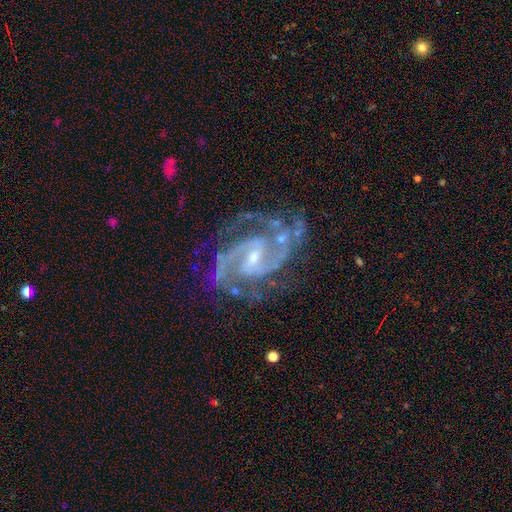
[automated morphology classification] smooth-or-featured: featured or disk: 92% | star or artifact: 5% | smooth: 2%
  disk-edge-on: no: 98% | yes: 2%
    bar: weak: 49% | strong: 28% | no: 23%
    has-spiral-arms: yes: 99% | no: 1%
      spiral-winding: medium: 55% | tight: 35% | loose: 9%
      spiral-arm-count: 2: 73% | 3: 13% | can't tell: 5% | 4: 3% | 1: 3% | more than 4: 3%
    bulge-size: small: 62% | moderate: 34% | none: 2% | large: 1% | dominant: 1%
  merging: none: 69% | minor disturbance: 19% | major disturbance: 9% | merger: 3%